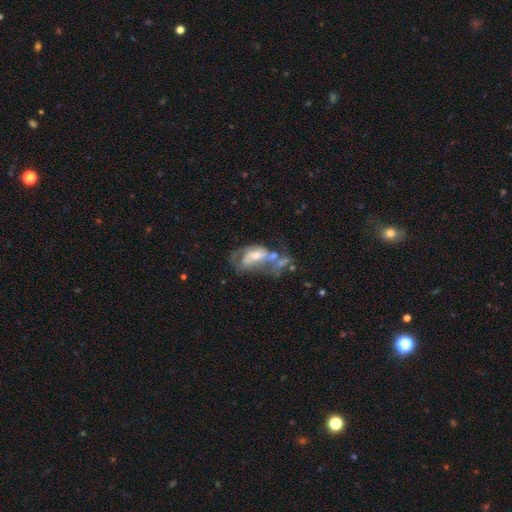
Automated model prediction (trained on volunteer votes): Smooth or featured? featured or disk (59%)
Edge-on disk? no (95%)
Bar? no (61%)
Spiral arms? no (55%)
Bulge size? moderate (51%)
Merging? merger (39%)